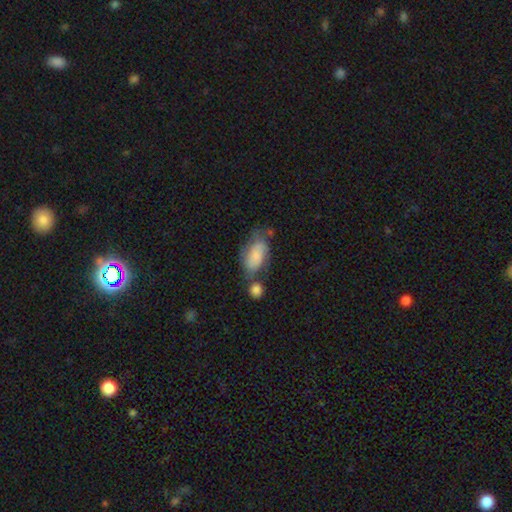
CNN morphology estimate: This appears to be a smooth galaxy with no disk features (70%) that is in between round and cigar-shaped (91%). Merging: none (37%).